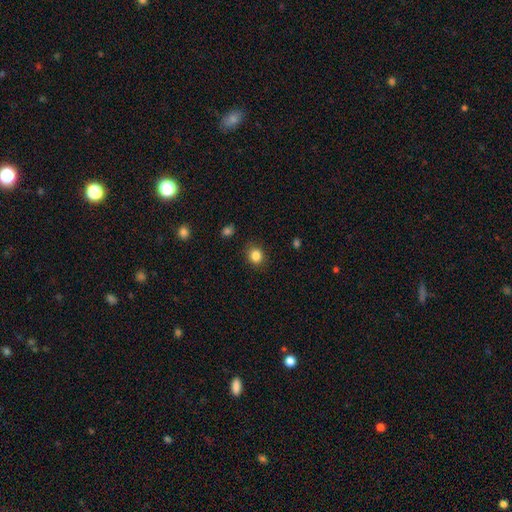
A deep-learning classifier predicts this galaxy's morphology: Smooth or featured? Predicted: smooth (p=0.84). How rounded? Predicted: round (p=0.70). Merging? Predicted: none (p=0.85).